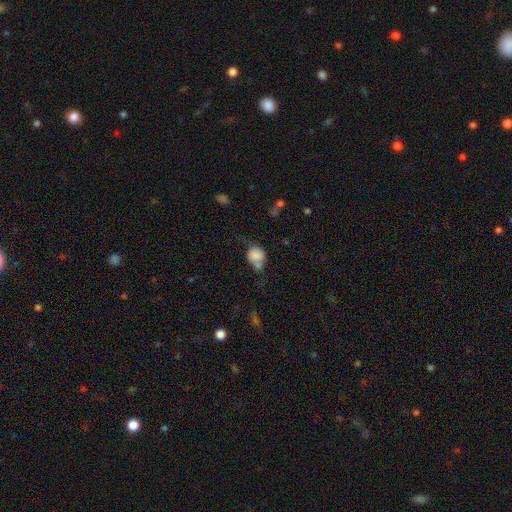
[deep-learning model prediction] Smooth or featured: smooth — 79% (featured or disk — 12%)
How rounded: round — 61% (in between — 38%)
Merging: none — 31% (merger — 28%)